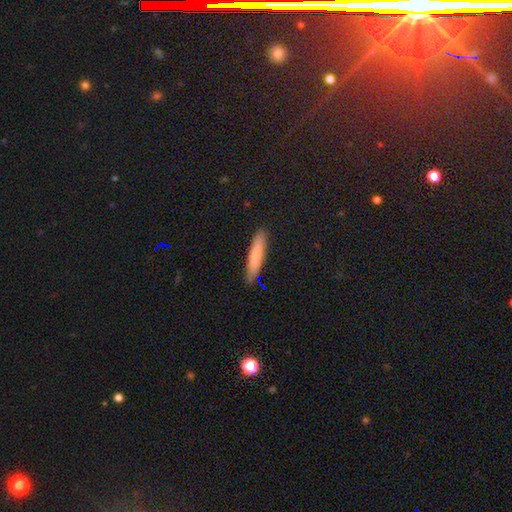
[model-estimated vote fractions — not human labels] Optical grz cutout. It shows a smooth galaxy with no disk features (77%) that is cigar-shaped (89%). Merging: none (85%).